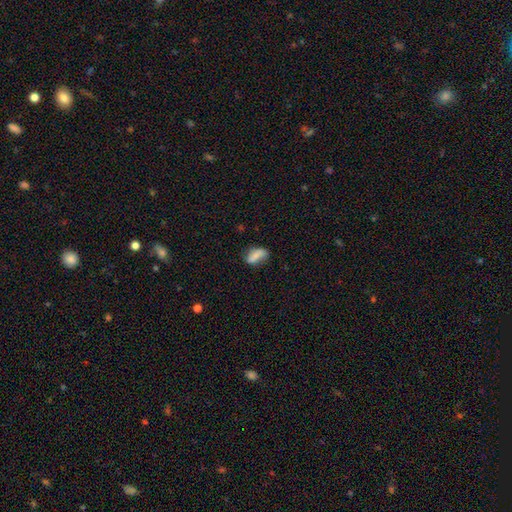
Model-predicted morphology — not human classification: smooth_or_featured: smooth (p=0.74) [alt: featured or disk p=0.17]
how_rounded: in between (p=0.84) [alt: cigar-shaped p=0.10]
merging: none (p=0.58) [alt: minor disturbance p=0.26]